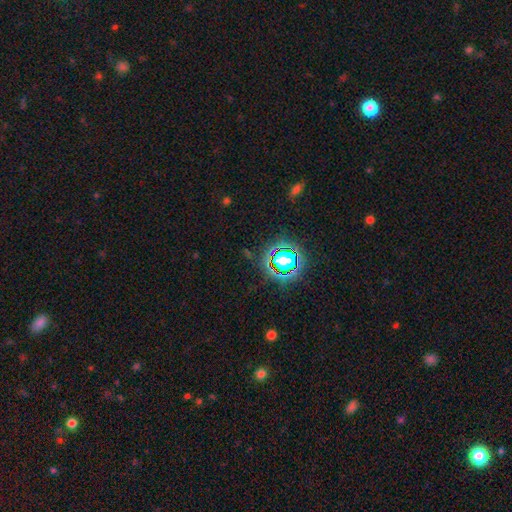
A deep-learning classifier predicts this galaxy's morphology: smooth-or-featured: star or artifact: 78% | smooth: 14% | featured or disk: 9%